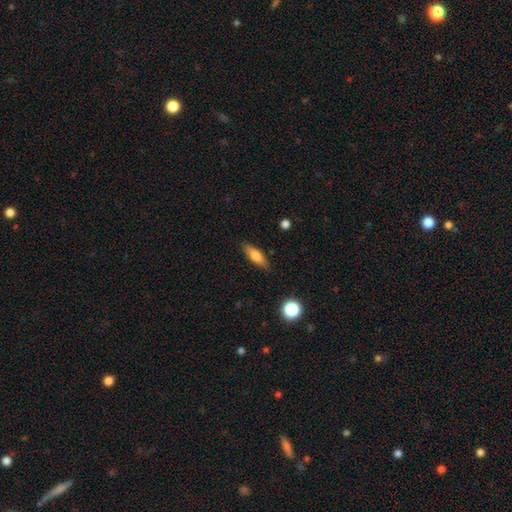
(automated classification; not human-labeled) This is likely a smooth galaxy (71%). How rounded: possibly in between (51%). Merging: clearly none (86%).